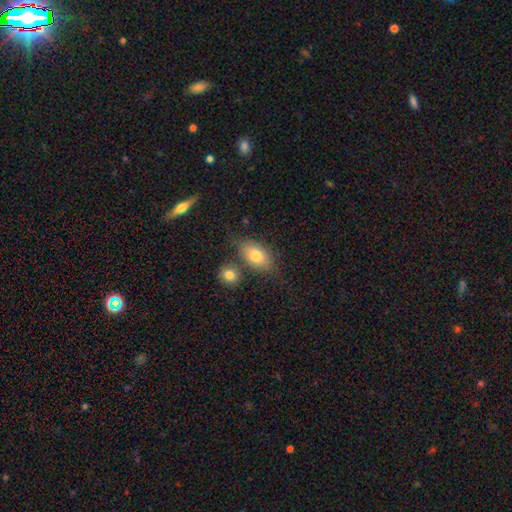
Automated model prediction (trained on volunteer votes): The model was most divided on "merging": none: 62%, merger: 18%, minor disturbance: 15%, major disturbance: 5%. More confident: how rounded — in between (86%); smooth or featured — smooth (78%).